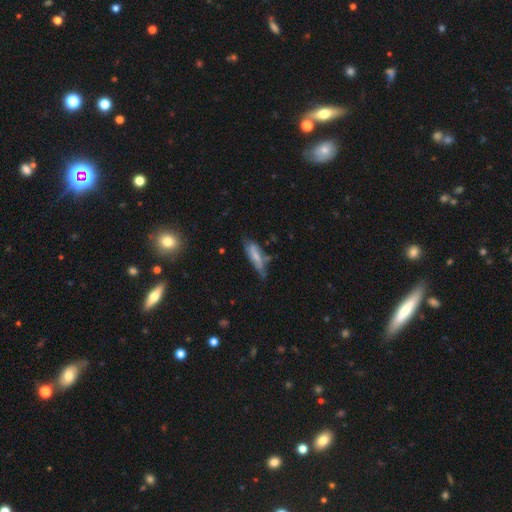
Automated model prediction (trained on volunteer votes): Morphology: type=smooth (48%); merging=none (48%).